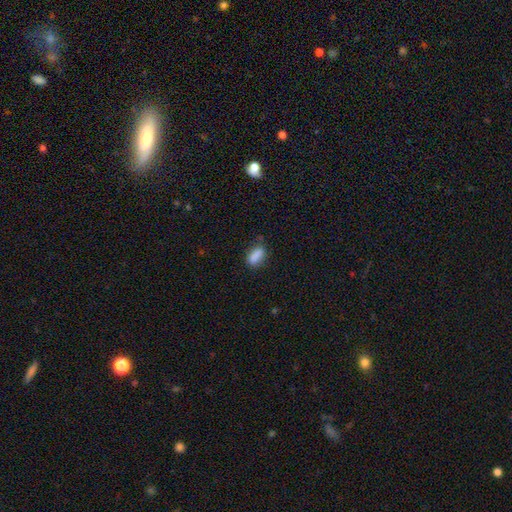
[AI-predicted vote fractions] Smooth or featured? smooth (86%)
How rounded? in between (75%)
Merging? none (77%)